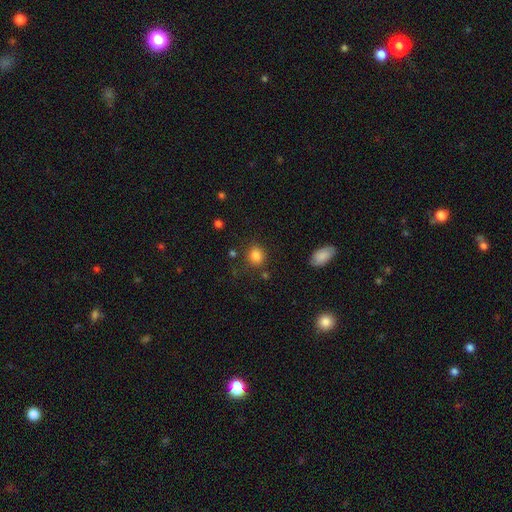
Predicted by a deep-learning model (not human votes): Morphology: type=smooth (84%); roundness=round (71%); merging=none (82%).